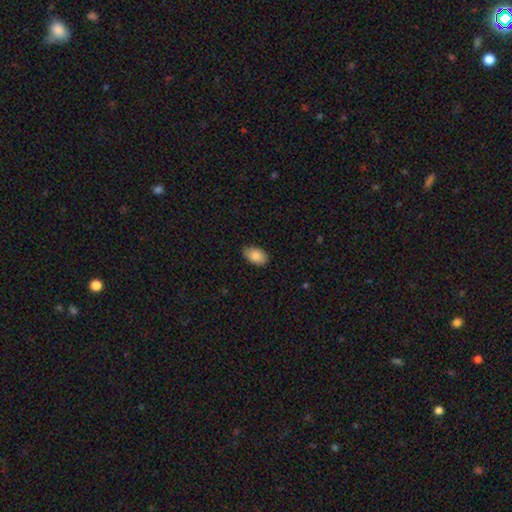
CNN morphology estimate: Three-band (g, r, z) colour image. It shows a smooth galaxy with no disk features (87%) that is in between round and cigar-shaped (92%). Merging: none (83%).